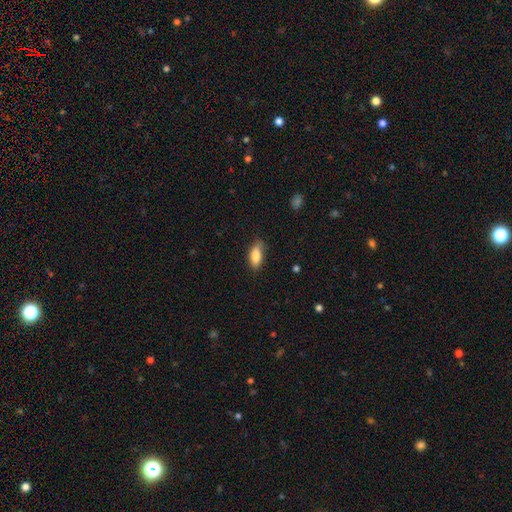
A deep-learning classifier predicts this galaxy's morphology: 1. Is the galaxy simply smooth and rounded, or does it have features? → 84% smooth, 9% featured or disk, 7% star or artifact.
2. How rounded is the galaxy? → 80% in between, 17% cigar-shaped, 3% round.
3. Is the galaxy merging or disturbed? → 74% none, 21% minor disturbance, 4% major disturbance, 1% merger.